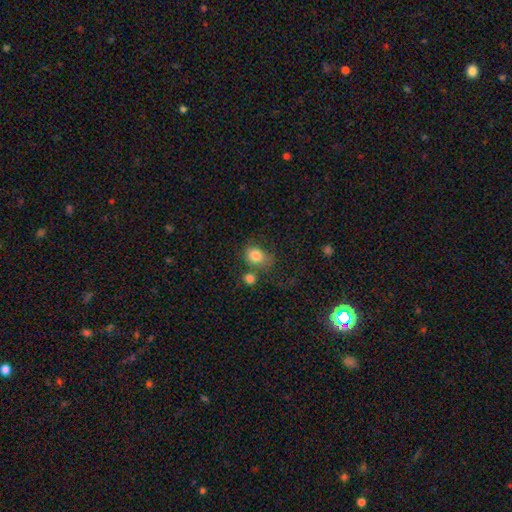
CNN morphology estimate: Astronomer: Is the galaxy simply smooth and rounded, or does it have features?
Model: smooth — 82%.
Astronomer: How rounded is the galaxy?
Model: round — 51% (runner-up: in between, 48%).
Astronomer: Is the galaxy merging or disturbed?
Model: none — 51%.